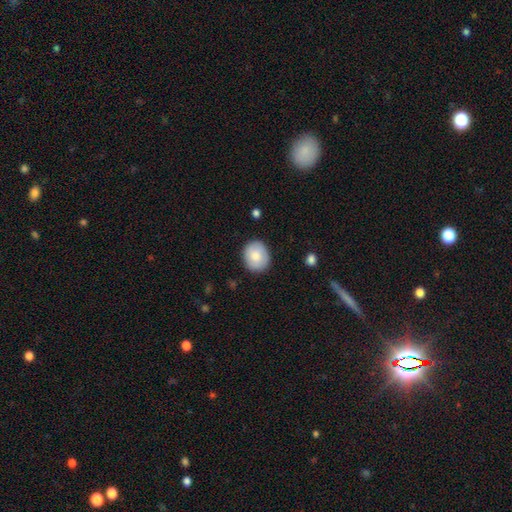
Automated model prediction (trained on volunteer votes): Q: Smooth or featured?
A: smooth (81%); runner-up: featured or disk (13%)
Q: How rounded?
A: round (70%); runner-up: in between (29%)
Q: Merging?
A: none (87%); runner-up: minor disturbance (10%)